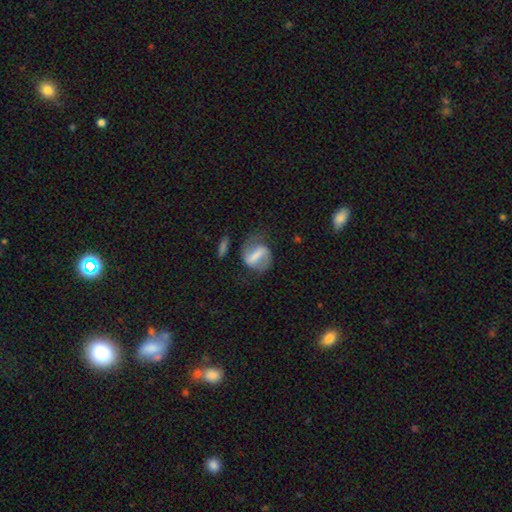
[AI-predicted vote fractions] This appears to be a featured or disk galaxy (70%) with a strong bar (73%), 2 (85%) medium (45%) spiral arms (80%) and no central bulge (40%). Merging: none (62%).